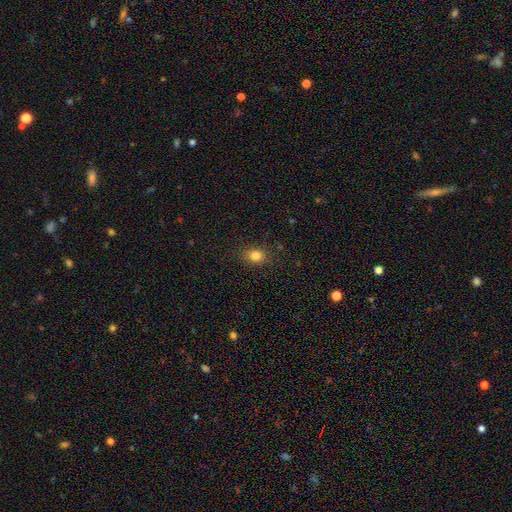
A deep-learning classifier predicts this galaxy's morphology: Smooth or featured? Predicted: smooth (p=0.82). How rounded? Predicted: round (p=0.58). Merging? Predicted: none (p=0.87).